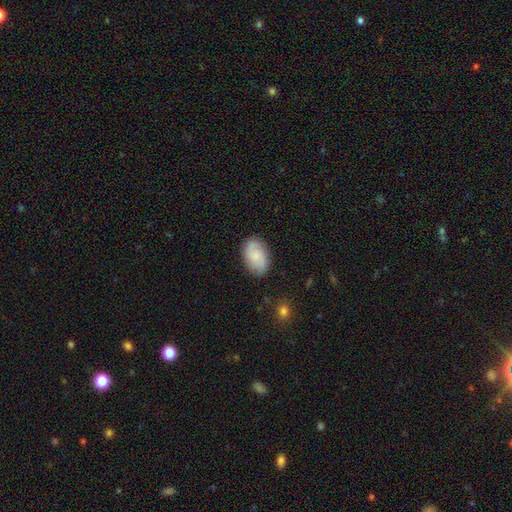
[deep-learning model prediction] Smooth or featured? Predicted: smooth (p=0.68). How rounded? Predicted: in between (p=0.90). Merging? Predicted: none (p=0.83).